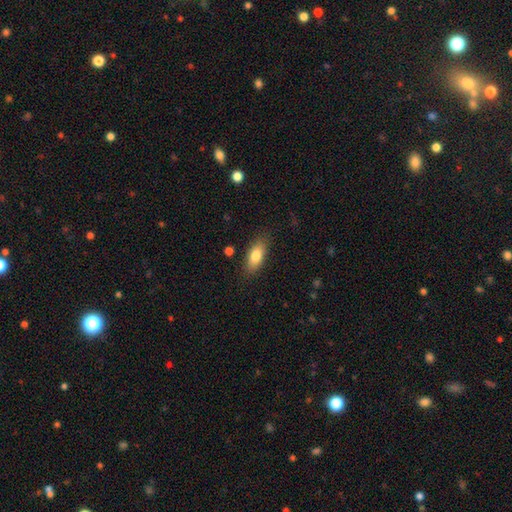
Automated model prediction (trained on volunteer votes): Smooth or featured? smooth (80%)
How rounded? in between (81%)
Merging? none (84%)